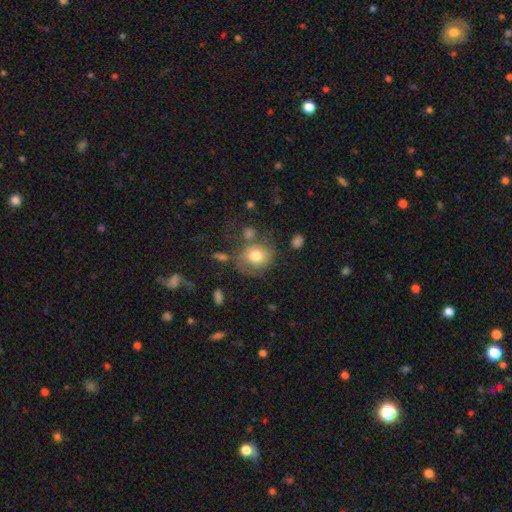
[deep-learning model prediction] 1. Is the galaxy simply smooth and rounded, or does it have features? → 73% smooth, 17% featured or disk, 10% star or artifact.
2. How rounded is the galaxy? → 73% round, 26% in between, 1% cigar-shaped.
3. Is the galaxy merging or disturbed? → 57% none, 20% minor disturbance, 13% major disturbance, 10% merger.